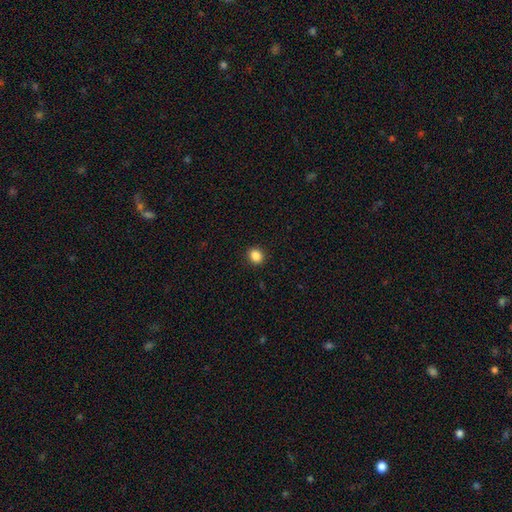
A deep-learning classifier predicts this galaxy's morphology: smooth 87%, star or artifact 10%, featured or disk 3%. Down the decision tree: how rounded — round (64%); merging — none (91%).